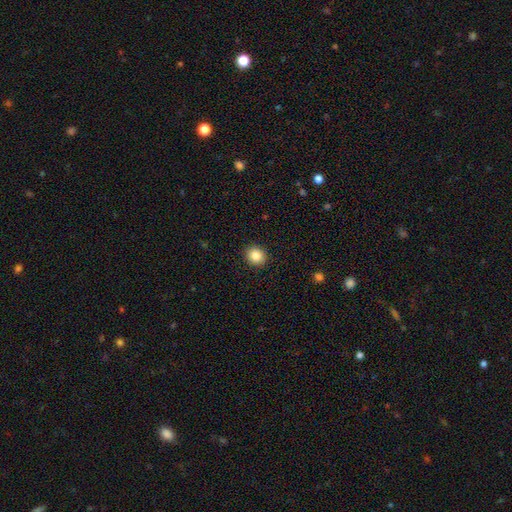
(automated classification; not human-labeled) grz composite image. It shows a smooth galaxy with no disk features (85%) that is round (78%). Merging: none (92%).